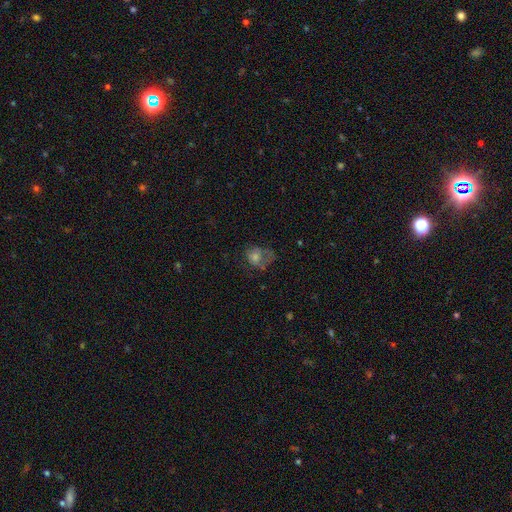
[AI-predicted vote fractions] Smooth or featured? smooth (44%)
Merging? none (43%)